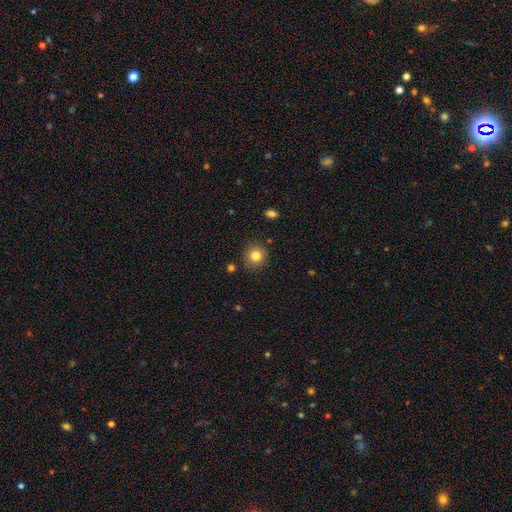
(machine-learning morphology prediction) A smooth galaxy with no disk features (83%) that is round (90%).

Vote fractions:
- Smooth or featured? smooth: 83% / star or artifact: 11% / featured or disk: 6%
- How rounded? round: 90% / in between: 9% / cigar-shaped: 1%
- Merging? none: 86% / minor disturbance: 9% / major disturbance: 3% / merger: 2%